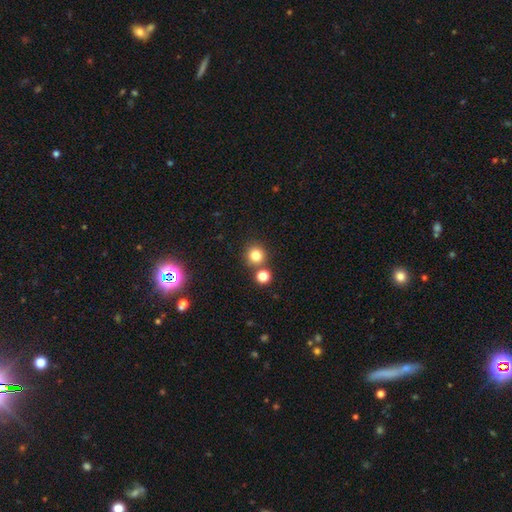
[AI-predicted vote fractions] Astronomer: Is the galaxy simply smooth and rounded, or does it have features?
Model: smooth — 80%.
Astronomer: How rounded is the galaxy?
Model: round — 92%.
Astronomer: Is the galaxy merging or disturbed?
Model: none — 76%.